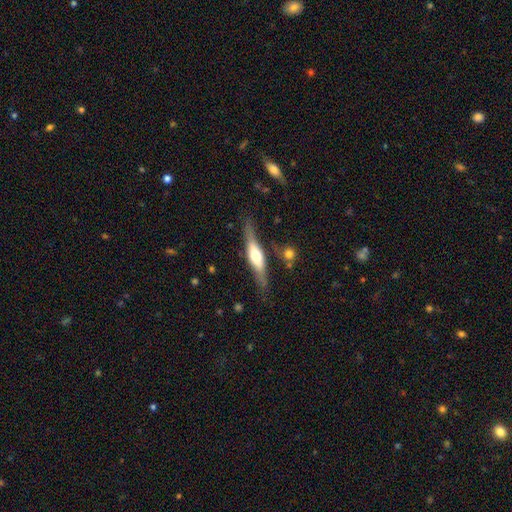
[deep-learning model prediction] A featured or disk galaxy (64%) viewed edge-on (92%) with a rounded central bulge (86%). Merging: none (77%).